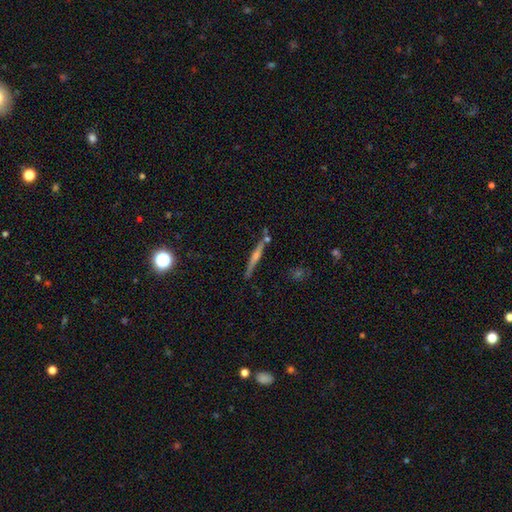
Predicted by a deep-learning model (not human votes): A featured or disk galaxy (66%) viewed edge-on (97%) with a rounded central bulge (66%).

Vote fractions:
- Smooth or featured? featured or disk: 66% / smooth: 24% / star or artifact: 10%
- Edge-on disk? yes: 97% / no: 3%
- Edge-on bulge? rounded: 66% / none: 22% / boxy: 11%
- Merging? none: 82% / minor disturbance: 10% / merger: 5% / major disturbance: 2%